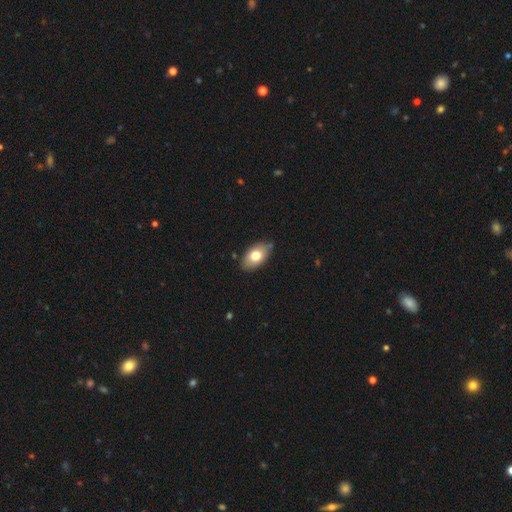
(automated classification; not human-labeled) A smooth galaxy with no disk features (75%) that is in between round and cigar-shaped (91%). Merging: none (81%).